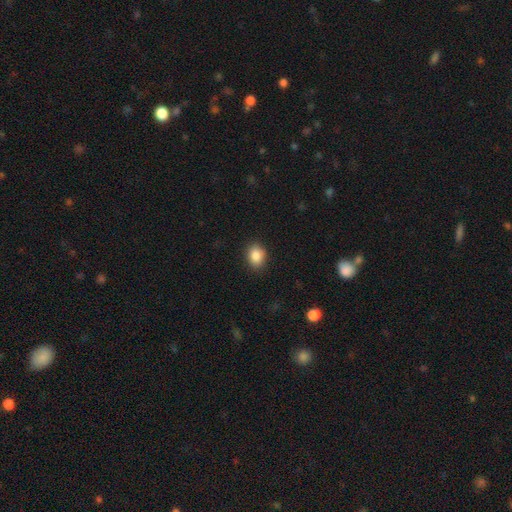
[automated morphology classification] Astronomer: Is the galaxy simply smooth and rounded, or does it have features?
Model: smooth — 87%.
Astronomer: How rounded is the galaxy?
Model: in between — 60% (runner-up: round, 39%).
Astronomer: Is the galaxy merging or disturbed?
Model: none — 86%.